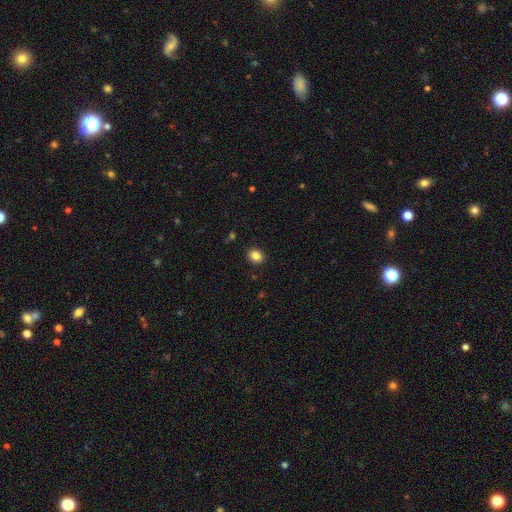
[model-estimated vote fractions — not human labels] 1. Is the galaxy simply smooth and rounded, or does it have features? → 85% smooth, 10% star or artifact, 5% featured or disk.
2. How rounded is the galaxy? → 66% round, 33% in between, 1% cigar-shaped.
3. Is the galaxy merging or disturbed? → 91% none, 6% minor disturbance, 2% major disturbance, 1% merger.